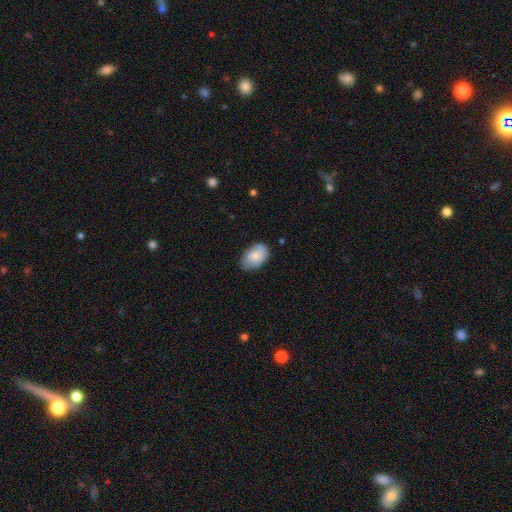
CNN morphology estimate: smooth 73%, featured or disk 21%, star or artifact 7%. Down the decision tree: how rounded — in between (88%); merging — none (71%).